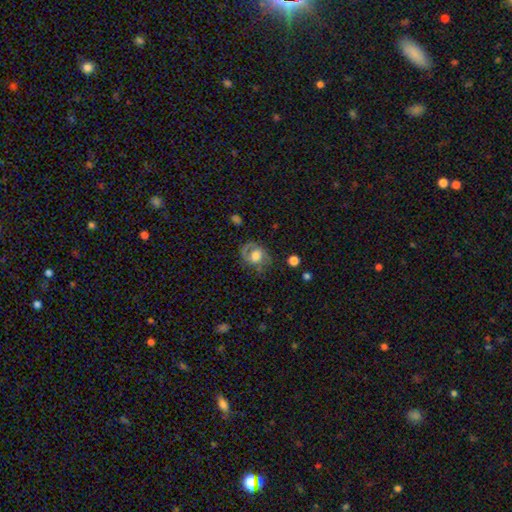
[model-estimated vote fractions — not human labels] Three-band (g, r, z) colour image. It shows a featured or disk galaxy (49%). Merging: none (56%).